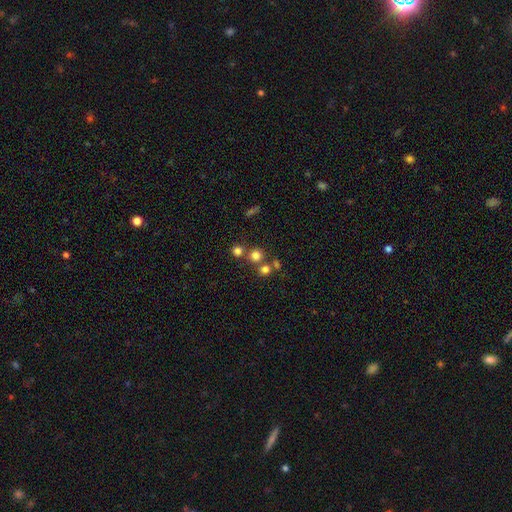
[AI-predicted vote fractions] Smooth or featured: smooth — 74% (star or artifact — 18%)
How rounded: round — 90% (in between — 9%)
Merging: none — 65% (merger — 25%)